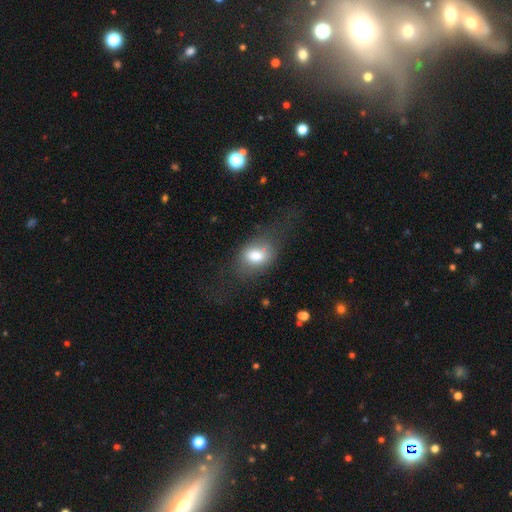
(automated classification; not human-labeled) Smooth or featured: smooth — 74% (featured or disk — 17%)
How rounded: in between — 74% (round — 24%)
Merging: none — 46% (major disturbance — 27%)